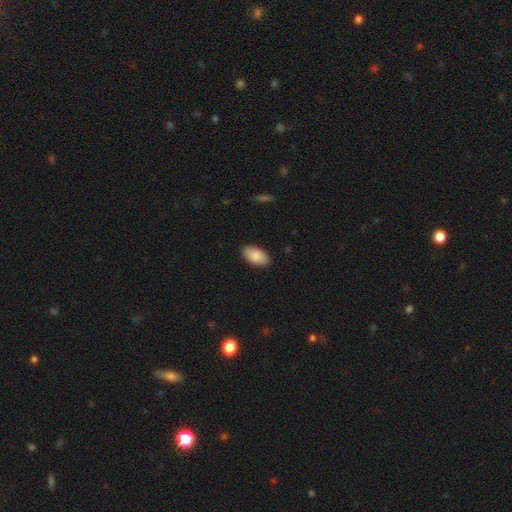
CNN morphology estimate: Smooth or featured? Predicted: smooth (p=0.89). How rounded? Predicted: in between (p=0.95). Merging? Predicted: none (p=0.89).